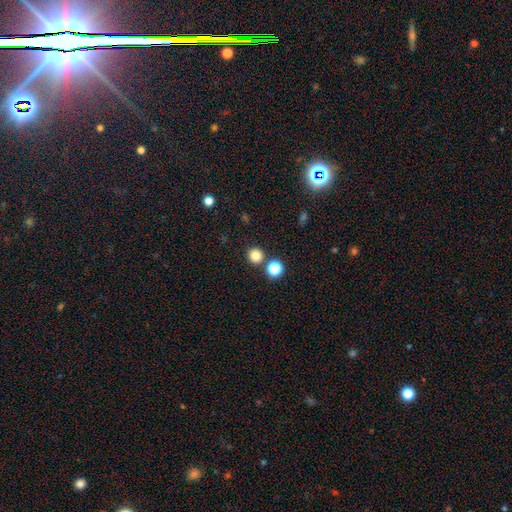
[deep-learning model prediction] This is clearly a smooth galaxy (82%). How rounded: clearly round (92%). Merging: clearly none (82%).